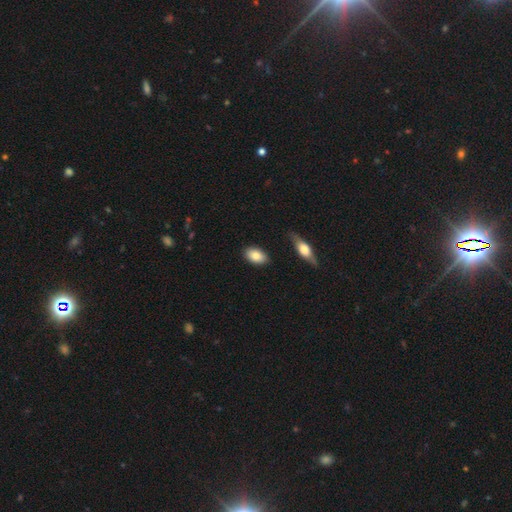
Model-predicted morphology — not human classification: Overall: smooth (82%). How rounded: in between (90%). Merging: none (84%).